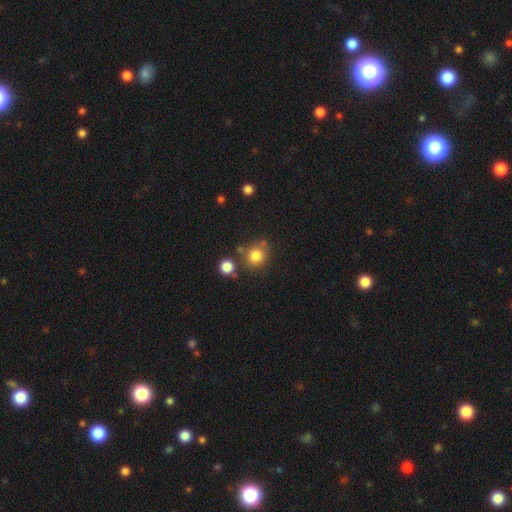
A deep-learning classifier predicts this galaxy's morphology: The model was most divided on "merging": none: 69%, minor disturbance: 13%, merger: 13%, major disturbance: 4%. More confident: smooth or featured — smooth (81%); how rounded — round (79%).